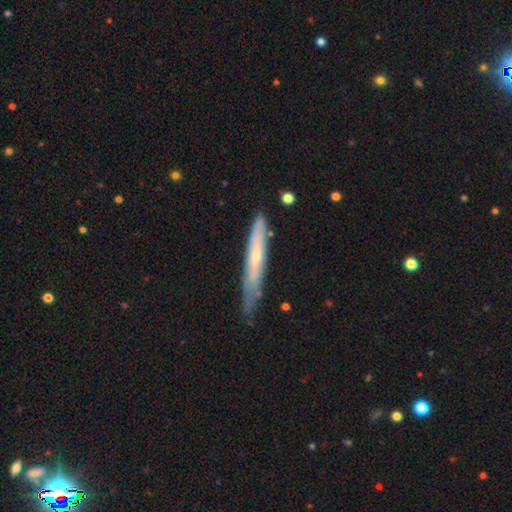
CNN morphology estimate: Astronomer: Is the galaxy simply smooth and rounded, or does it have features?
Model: featured or disk — 53% (runner-up: smooth, 41%).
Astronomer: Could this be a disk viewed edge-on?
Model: yes — 79%.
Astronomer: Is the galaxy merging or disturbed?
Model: none — 65%.